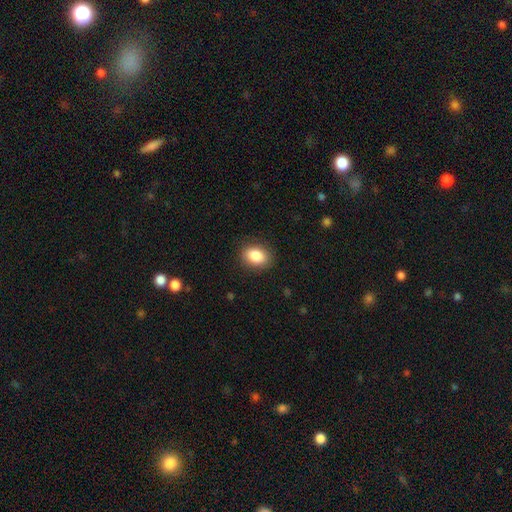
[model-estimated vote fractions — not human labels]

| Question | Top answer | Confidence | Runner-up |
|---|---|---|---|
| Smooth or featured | smooth | 86% | star or artifact (8%) |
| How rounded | in between | 71% | round (27%) |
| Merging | none | 87% | minor disturbance (9%) |